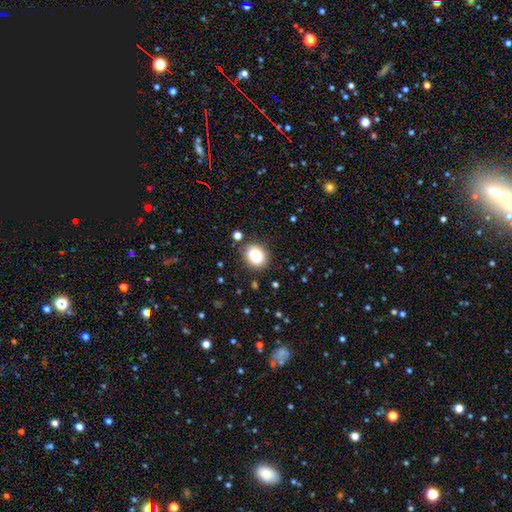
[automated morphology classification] A smooth galaxy with no disk features (86%) that is round (64%).

Vote fractions:
- Smooth or featured? smooth: 86% / star or artifact: 9% / featured or disk: 5%
- How rounded? round: 64% / in between: 35% / cigar-shaped: 1%
- Merging? none: 85% / minor disturbance: 9% / major disturbance: 3% / merger: 2%